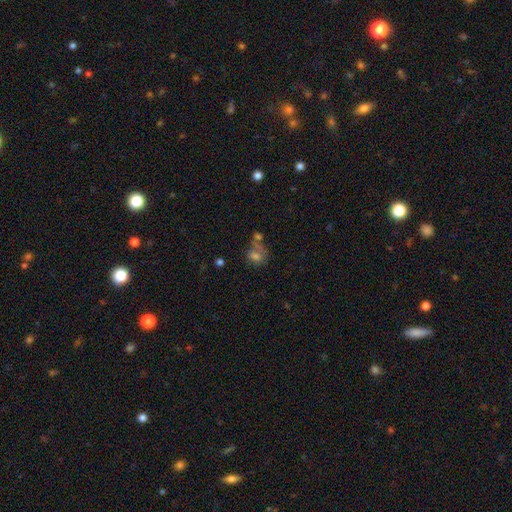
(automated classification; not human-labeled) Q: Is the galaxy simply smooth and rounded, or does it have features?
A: smooth — 62%.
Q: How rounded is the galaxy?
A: in between — 58%.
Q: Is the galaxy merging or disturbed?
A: none — 34%.